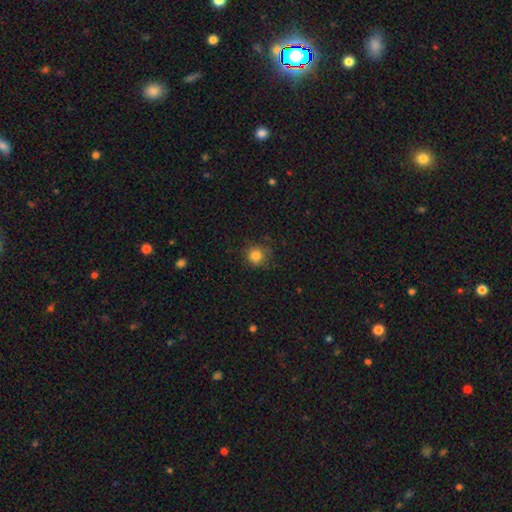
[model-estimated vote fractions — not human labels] This is clearly a smooth galaxy (82%). How rounded: clearly round (91%). Merging: clearly none (81%).